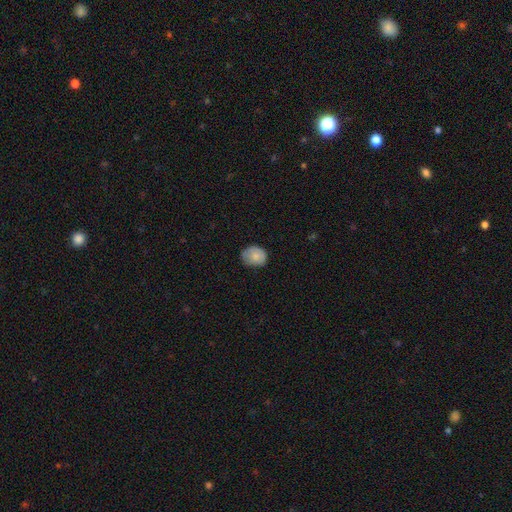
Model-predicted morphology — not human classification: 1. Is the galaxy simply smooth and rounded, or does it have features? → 78% smooth, 14% featured or disk, 8% star or artifact.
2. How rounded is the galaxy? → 57% round, 43% in between, 1% cigar-shaped.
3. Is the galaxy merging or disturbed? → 68% none, 26% minor disturbance, 5% major disturbance, 1% merger.